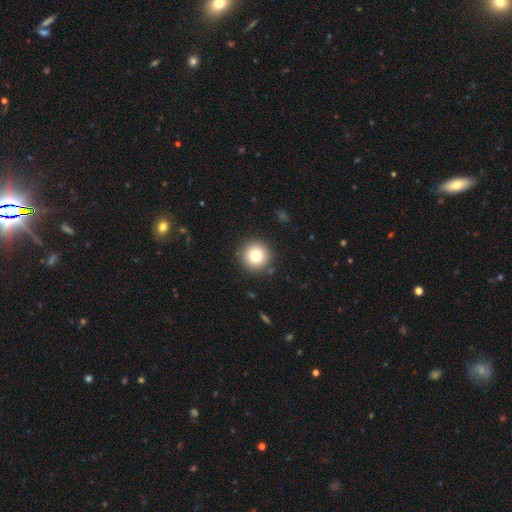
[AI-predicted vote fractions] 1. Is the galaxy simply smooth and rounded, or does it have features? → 79% smooth, 11% star or artifact, 10% featured or disk.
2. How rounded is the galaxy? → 96% round, 3% in between, 1% cigar-shaped.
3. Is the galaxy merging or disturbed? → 91% none, 6% minor disturbance, 2% major disturbance, 1% merger.